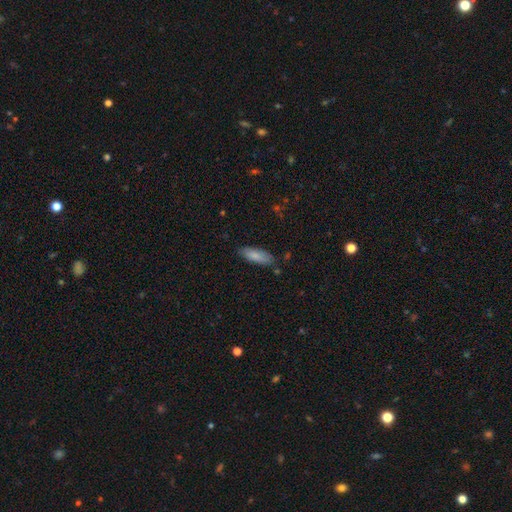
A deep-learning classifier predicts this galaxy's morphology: This is clearly a smooth galaxy (85%). How rounded: possibly in between (58%). Merging: likely none (80%).